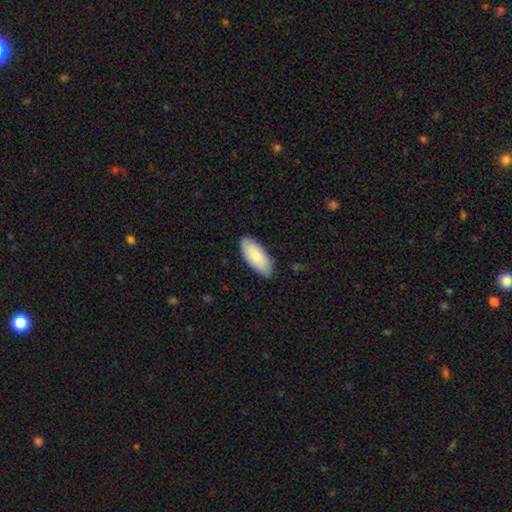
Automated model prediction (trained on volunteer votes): smooth 81%, featured or disk 14%, star or artifact 5%. Down the decision tree: how rounded — in between (88%); merging — none (82%).